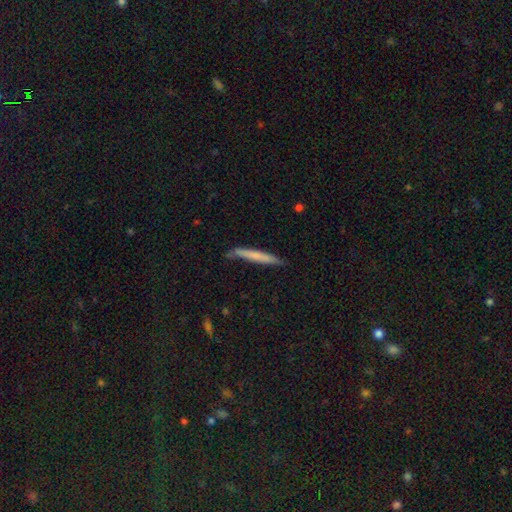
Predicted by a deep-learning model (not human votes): Smooth or featured? Predicted: smooth (p=0.65). How rounded? Predicted: cigar-shaped (p=0.96). Merging? Predicted: none (p=0.80).